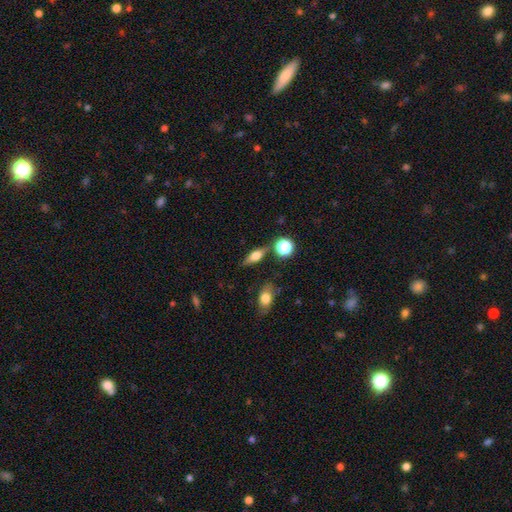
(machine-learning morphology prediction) smooth-or-featured: smooth: 45% | featured or disk: 44% | star or artifact: 10%
  merging: none: 78% | minor disturbance: 12% | merger: 6% | major disturbance: 4%